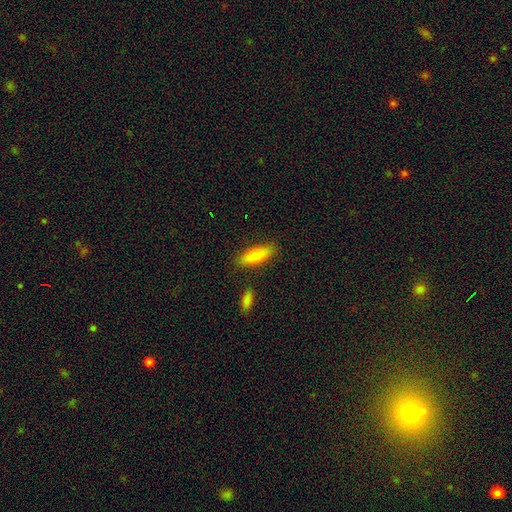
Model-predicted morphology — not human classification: Smooth or featured?
  - smooth: 82% *
  - featured or disk: 12%
  - star or artifact: 7%
How rounded?
  - in between: 53% *
  - cigar-shaped: 45%
  - round: 2%
Merging?
  - none: 84% *
  - minor disturbance: 10%
  - merger: 3%
  - major disturbance: 2%